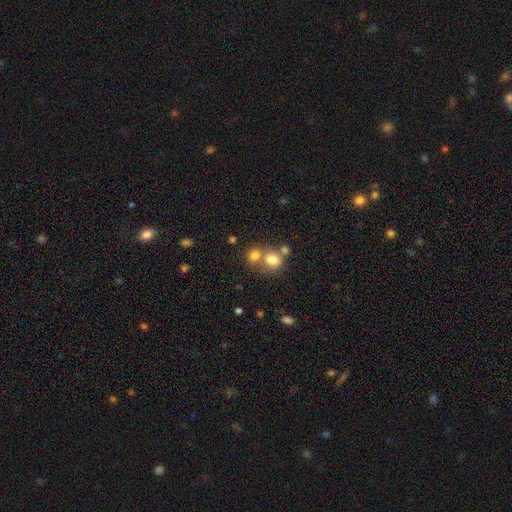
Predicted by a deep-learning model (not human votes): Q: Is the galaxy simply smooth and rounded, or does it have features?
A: smooth — 71%.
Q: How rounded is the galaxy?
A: round — 78%.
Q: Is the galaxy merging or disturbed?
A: merger — 47%.